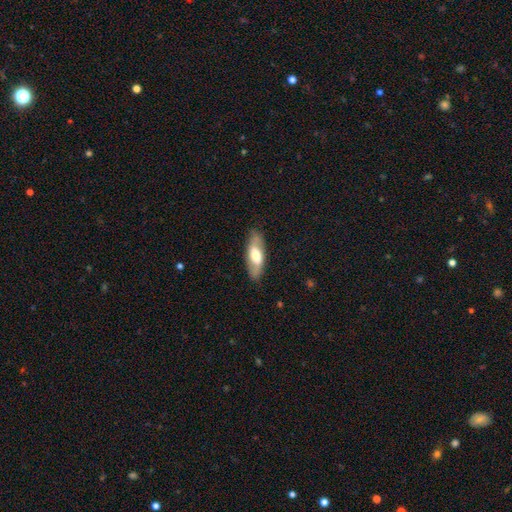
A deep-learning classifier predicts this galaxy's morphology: Smooth or featured? Predicted: smooth (p=0.52). How rounded? Predicted: in between (p=0.67). Merging? Predicted: none (p=0.82).